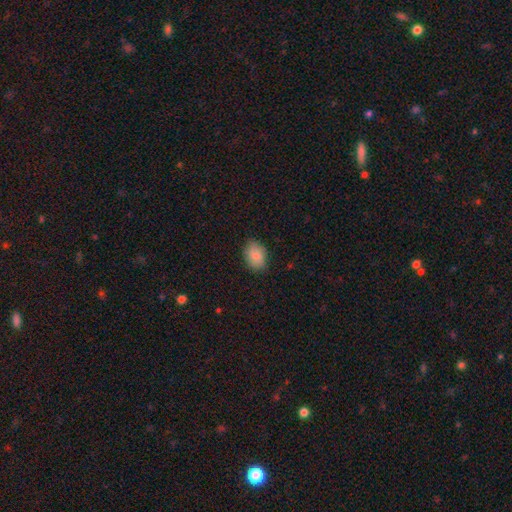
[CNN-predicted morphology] Smooth or featured?
  - smooth: 83% *
  - featured or disk: 10%
  - star or artifact: 7%
How rounded?
  - in between: 77% *
  - round: 22%
  - cigar-shaped: 1%
Merging?
  - none: 83% *
  - minor disturbance: 14%
  - major disturbance: 3%
  - merger: 1%